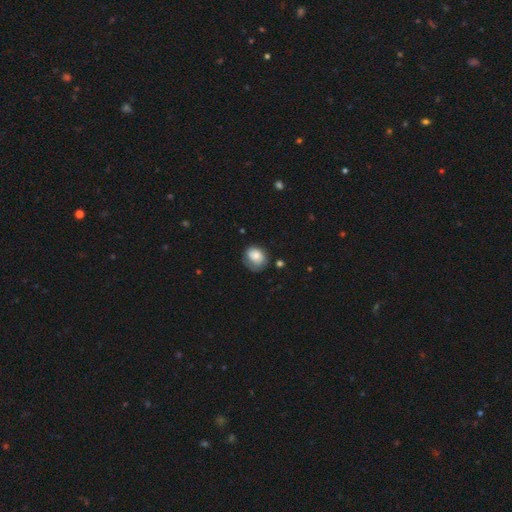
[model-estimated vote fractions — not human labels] smooth_or_featured: smooth (p=0.74) [alt: featured or disk p=0.18]
how_rounded: round (p=0.60) [alt: in between p=0.39]
merging: none (p=0.57) [alt: minor disturbance p=0.30]